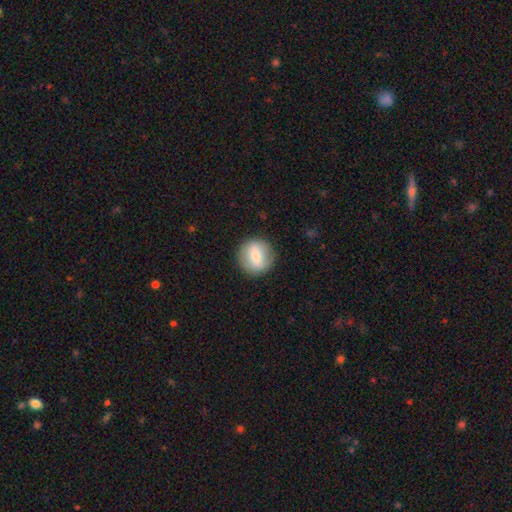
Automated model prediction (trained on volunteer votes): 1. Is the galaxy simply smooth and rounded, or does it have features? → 63% smooth, 30% featured or disk, 7% star or artifact.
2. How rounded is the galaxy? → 86% round, 13% in between, 1% cigar-shaped.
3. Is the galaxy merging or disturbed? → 86% none, 9% minor disturbance, 3% major disturbance, 1% merger.